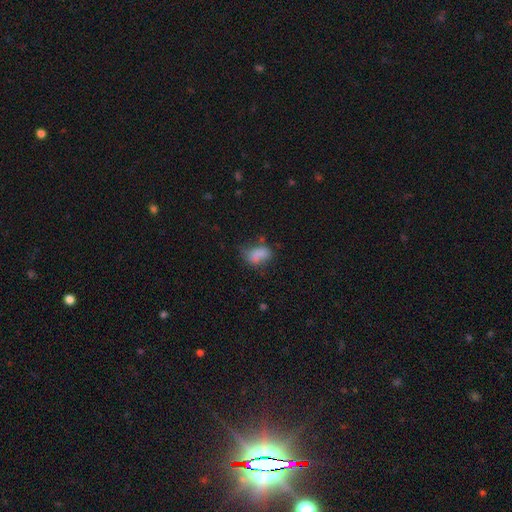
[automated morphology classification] smooth-or-featured: smooth: 77% | featured or disk: 12% | star or artifact: 11%
  how-rounded: in between: 87% | round: 11% | cigar-shaped: 2%
  merging: none: 37% | minor disturbance: 34% | major disturbance: 23% | merger: 6%